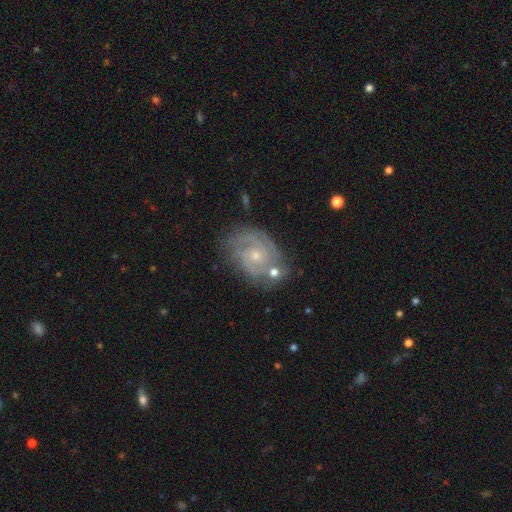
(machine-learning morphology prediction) Smooth or featured?
  - featured or disk: 88% *
  - smooth: 6%
  - star or artifact: 6%
Edge-on disk?
  - no: 98% *
  - yes: 2%
Bar?
  - no: 69% *
  - weak: 26%
  - strong: 4%
Spiral arms?
  - yes: 97% *
  - no: 3%
Spiral winding?
  - tight: 65% *
  - medium: 30%
  - loose: 5%
Spiral arm count?
  - 2: 55% *
  - 3: 21%
  - can't tell: 13%
  - 4: 4%
  - 1: 4%
  - more than 4: 3%
Bulge size?
  - small: 65% *
  - moderate: 31%
  - none: 2%
  - large: 1%
  - dominant: 1%
Merging?
  - none: 70% *
  - minor disturbance: 18%
  - merger: 6%
  - major disturbance: 6%